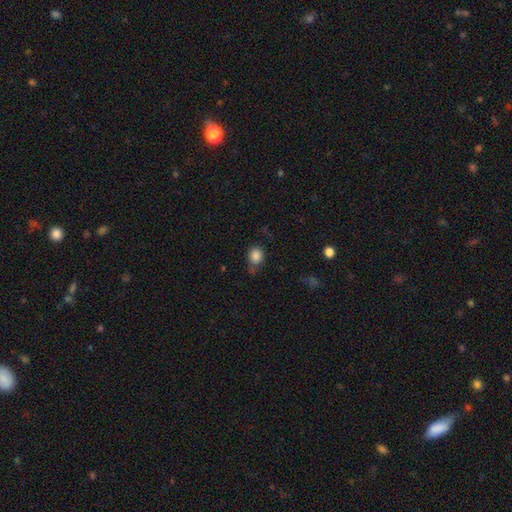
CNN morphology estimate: type=smooth (84%); roundness=round (58%); merging=none (54%).